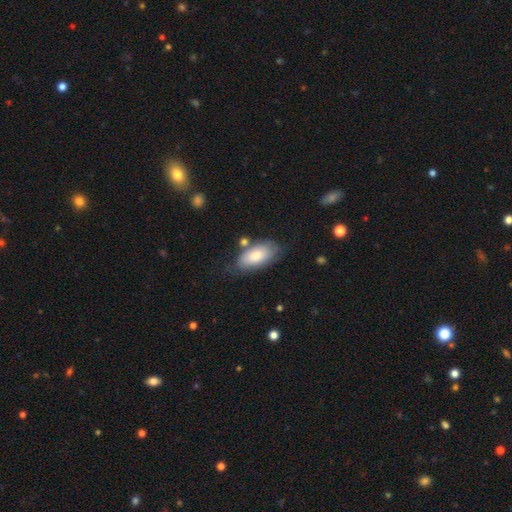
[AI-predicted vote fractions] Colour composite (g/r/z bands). It shows a smooth galaxy with no disk features (71%) that is in between round and cigar-shaped (92%). Merging: none (64%).